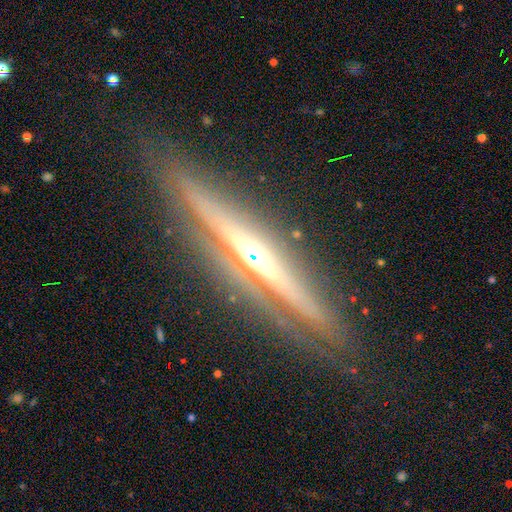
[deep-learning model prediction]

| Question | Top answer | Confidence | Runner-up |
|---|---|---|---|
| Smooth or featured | featured or disk | 83% | smooth (10%) |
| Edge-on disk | yes | 96% | no (4%) |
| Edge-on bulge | rounded | 69% | none (21%) |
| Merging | none | 85% | minor disturbance (10%) |